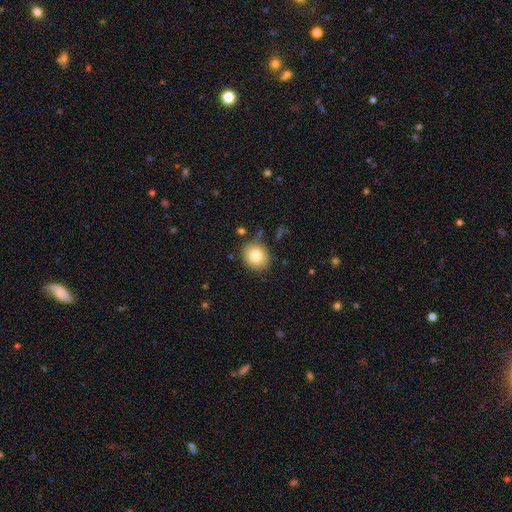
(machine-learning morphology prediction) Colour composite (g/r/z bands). It shows a smooth galaxy with no disk features (79%) that is round (80%). Merging: none (85%).